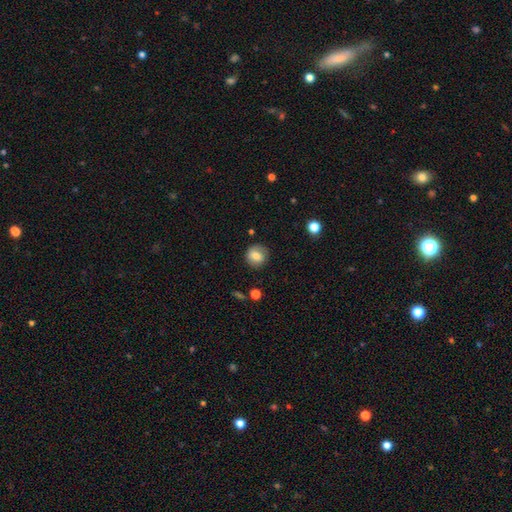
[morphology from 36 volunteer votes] Smooth or featured: smooth — 81% (featured or disk — 19%)
How rounded: round — 86% (in between — 14%)
Merging: none — 86% (minor disturbance — 8%)